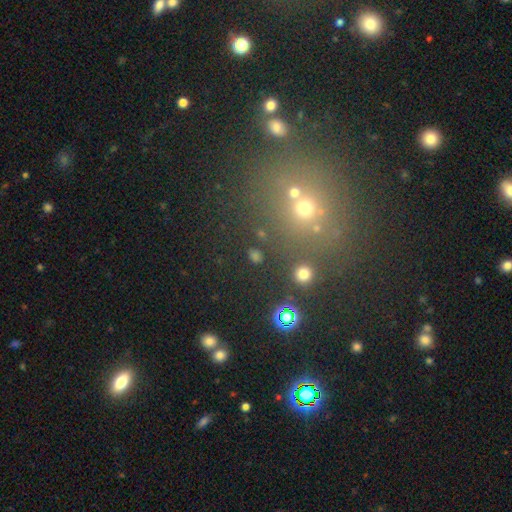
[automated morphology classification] This is possibly a smooth galaxy (54%). How rounded: likely round (76%). Merging: clearly none (81%).